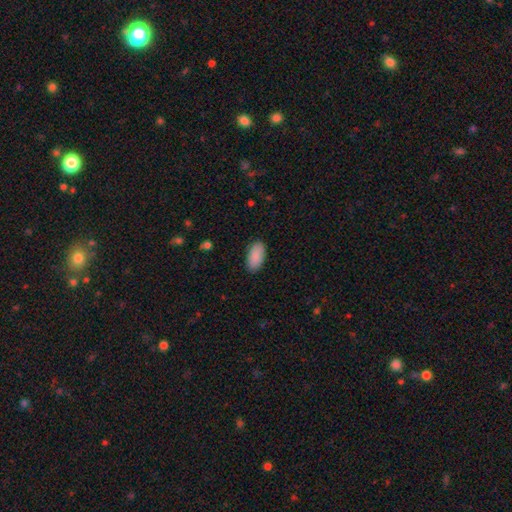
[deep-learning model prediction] Smooth or featured? smooth (91%)
How rounded? in between (94%)
Merging? none (88%)